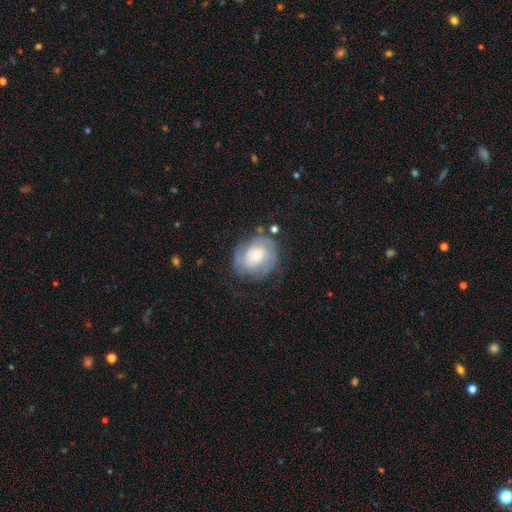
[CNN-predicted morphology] Overall: featured or disk (66%; smooth 28%). Edge-on disk: no (97%). Bar: no (75%). Spiral arms: yes (80%). Spiral arm count: can't tell (41%; 2 36%). Spiral winding: tight (61%; medium 29%). Bulge size: small (47%; moderate 37%). Merging: none (61%; minor disturbance 22%).